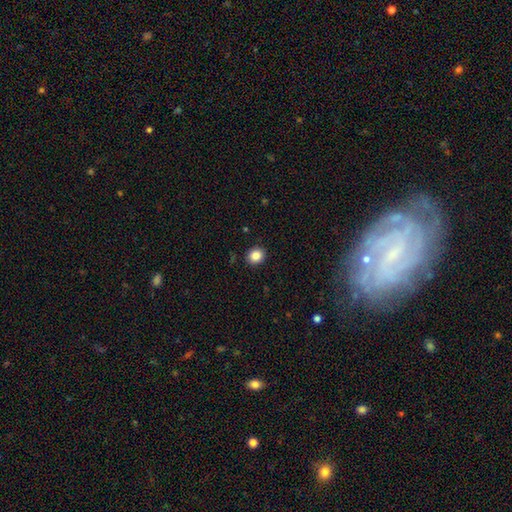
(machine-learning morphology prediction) Overall: smooth (86%). How rounded: round (78%). Merging: none (91%).